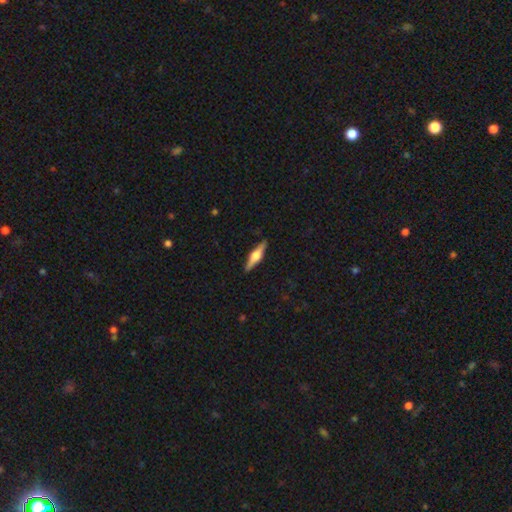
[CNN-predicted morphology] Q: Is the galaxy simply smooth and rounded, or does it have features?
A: featured or disk — 70%.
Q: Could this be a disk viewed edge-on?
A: yes — 97%.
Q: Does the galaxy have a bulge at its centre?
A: rounded — 91%.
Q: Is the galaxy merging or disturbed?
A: none — 90%.